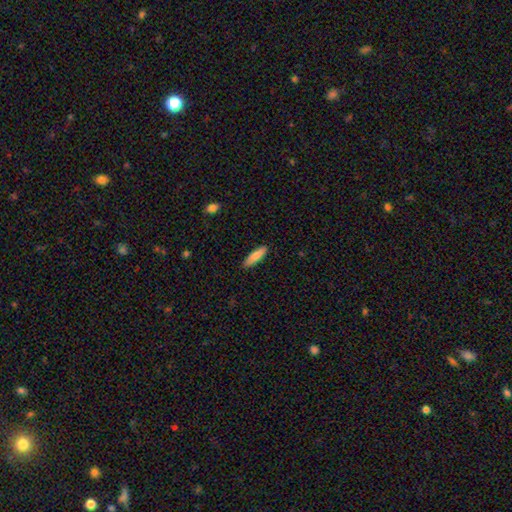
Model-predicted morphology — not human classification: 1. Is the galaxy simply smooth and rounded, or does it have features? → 82% smooth, 12% featured or disk, 6% star or artifact.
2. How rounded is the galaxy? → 64% cigar-shaped, 35% in between, 2% round.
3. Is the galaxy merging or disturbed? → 89% none, 8% minor disturbance, 2% major disturbance, 1% merger.